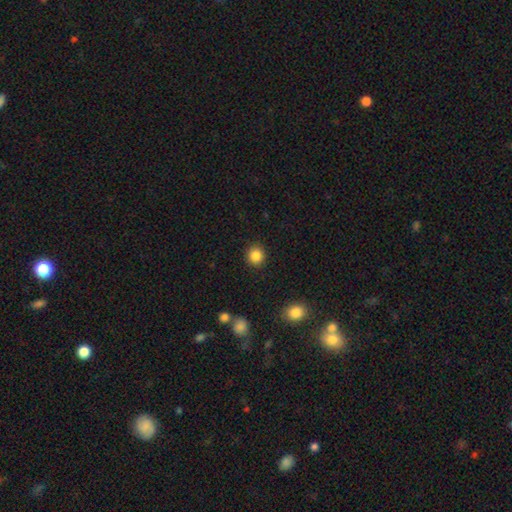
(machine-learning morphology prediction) smooth_or_featured: smooth (p=0.86) [alt: star or artifact p=0.10]
how_rounded: round (p=0.89) [alt: in between p=0.10]
merging: none (p=0.91) [alt: minor disturbance p=0.06]